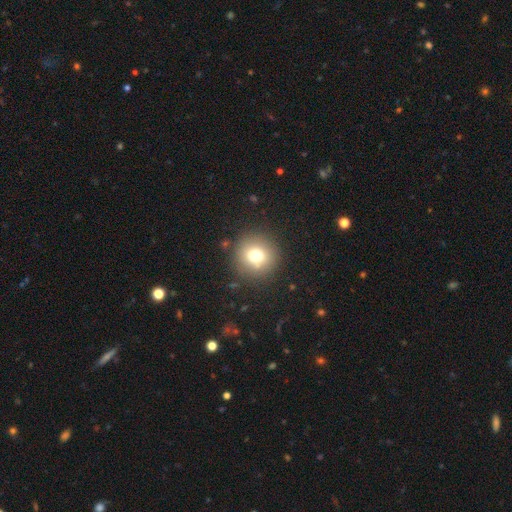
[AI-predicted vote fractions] Smooth or featured? smooth (74%)
How rounded? round (93%)
Merging? none (87%)